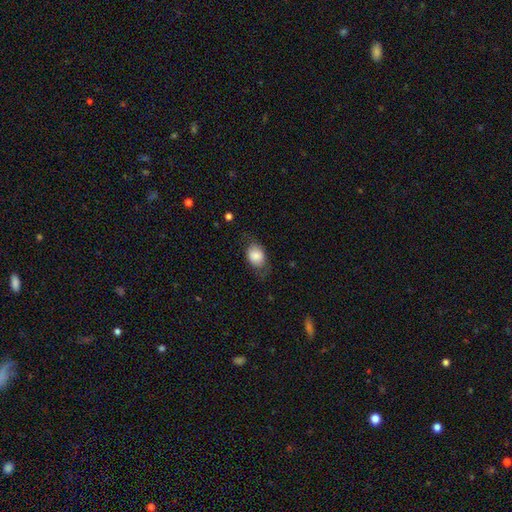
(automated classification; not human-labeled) Smooth or featured? smooth (78%)
How rounded? in between (67%)
Merging? none (64%)